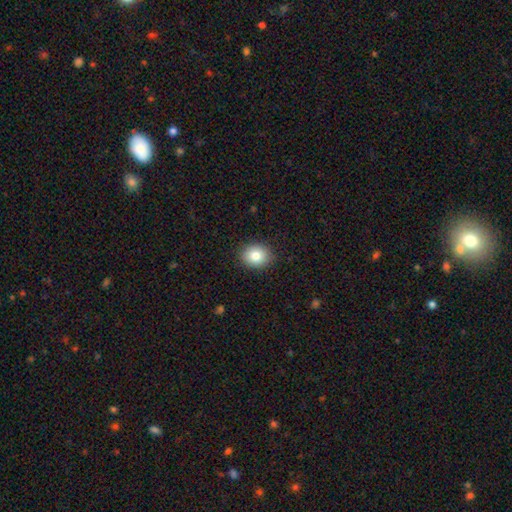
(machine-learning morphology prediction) Smooth or featured? Predicted: smooth (p=0.83). How rounded? Predicted: round (p=0.58). Merging? Predicted: none (p=0.89).